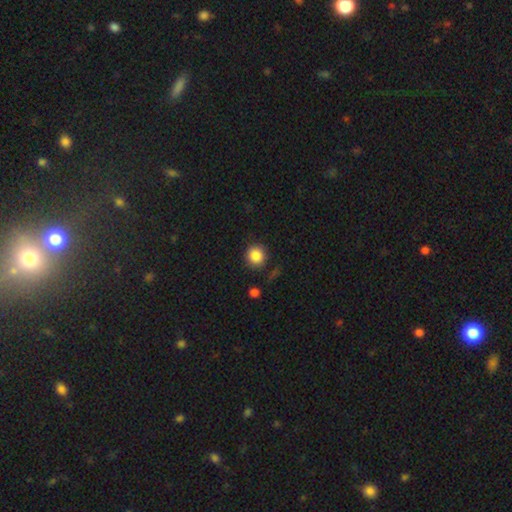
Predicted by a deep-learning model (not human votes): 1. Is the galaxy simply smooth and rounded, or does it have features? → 87% smooth, 9% star or artifact, 4% featured or disk.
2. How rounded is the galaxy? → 91% round, 8% in between, 1% cigar-shaped.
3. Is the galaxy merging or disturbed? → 86% none, 9% minor disturbance, 3% major disturbance, 2% merger.